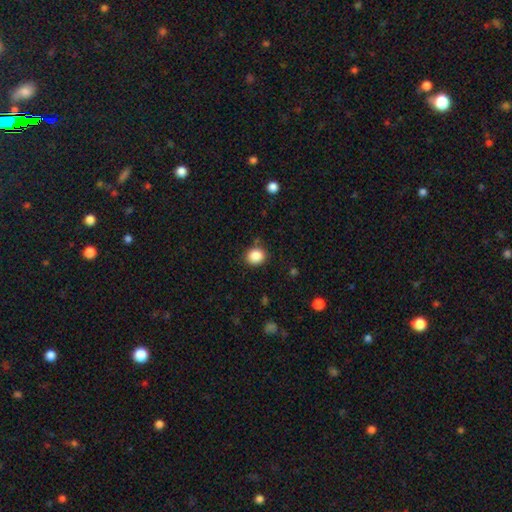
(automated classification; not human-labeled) Smooth or featured?
  - smooth: 87% *
  - star or artifact: 10%
  - featured or disk: 3%
How rounded?
  - round: 74% *
  - in between: 26%
  - cigar-shaped: 1%
Merging?
  - none: 84% *
  - minor disturbance: 11%
  - major disturbance: 3%
  - merger: 2%